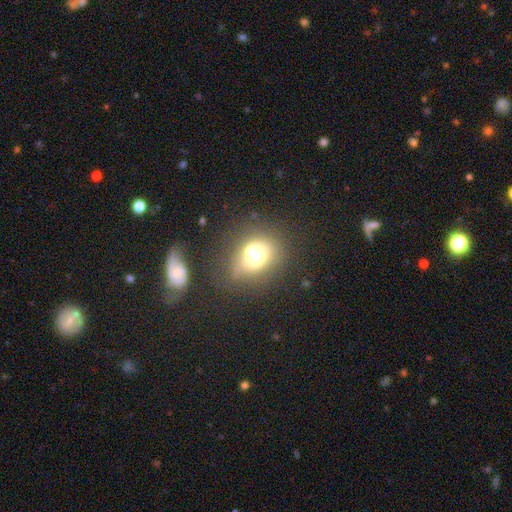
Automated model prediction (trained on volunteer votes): smooth-or-featured: smooth: 62% | featured or disk: 26% | star or artifact: 13%
  how-rounded: round: 50% | in between: 48% | cigar-shaped: 2%
  merging: merger: 39% | none: 33% | minor disturbance: 16% | major disturbance: 13%